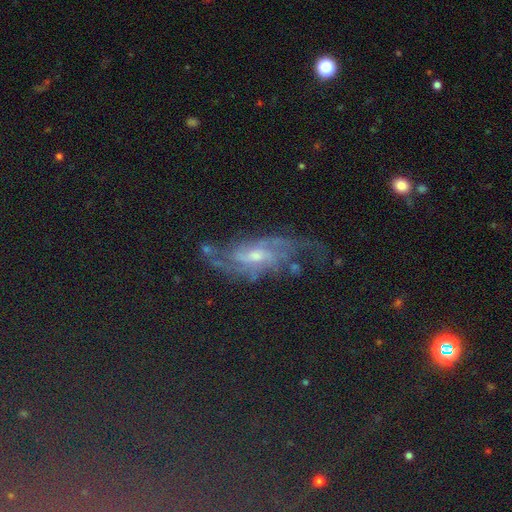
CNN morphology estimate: Smooth or featured?
  - featured or disk: 47% *
  - star or artifact: 35%
  - smooth: 18%
Merging?
  - none: 60% *
  - minor disturbance: 21%
  - major disturbance: 14%
  - merger: 4%